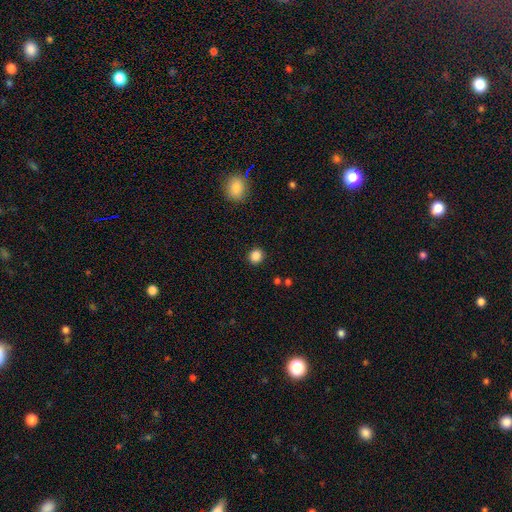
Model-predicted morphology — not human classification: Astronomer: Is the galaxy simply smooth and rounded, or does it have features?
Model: smooth — 86%.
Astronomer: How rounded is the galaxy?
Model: round — 87%.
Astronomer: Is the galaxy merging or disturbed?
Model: none — 91%.